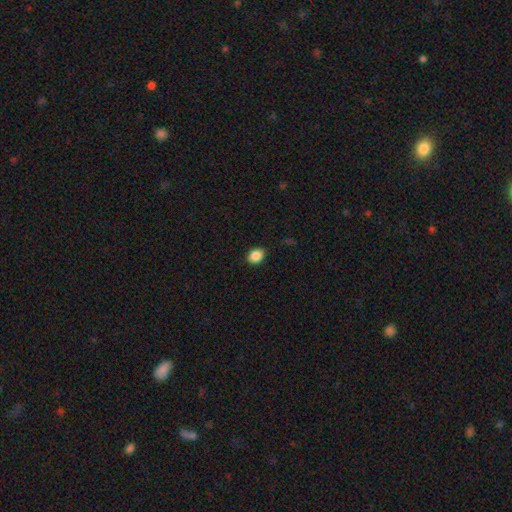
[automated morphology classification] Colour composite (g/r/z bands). It shows a smooth galaxy with no disk features (88%) that is in between round and cigar-shaped (54%). Merging: none (87%).